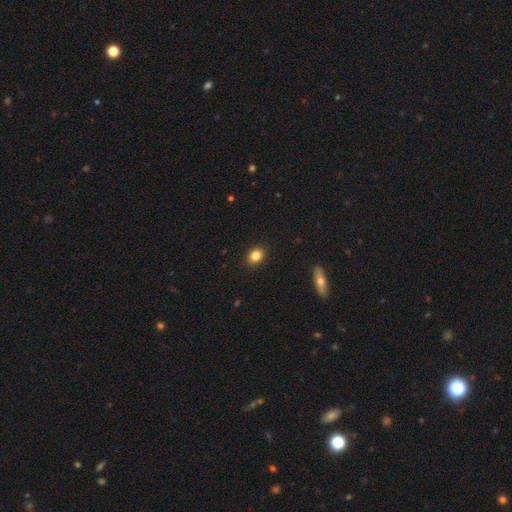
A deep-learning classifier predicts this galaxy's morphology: This is clearly a smooth galaxy (84%). How rounded: possibly in between (55%). Merging: clearly none (91%).